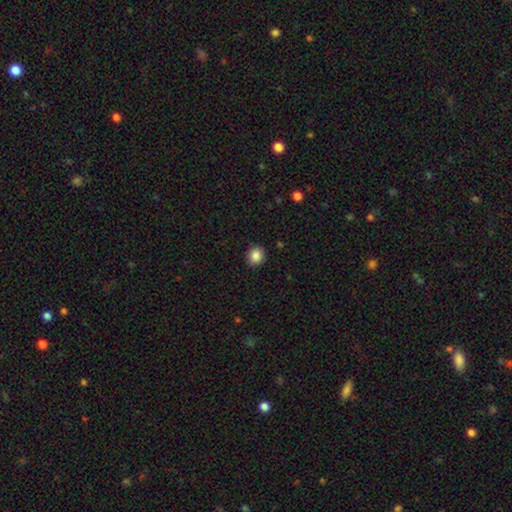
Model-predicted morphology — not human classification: Smooth or featured: smooth — 86% (star or artifact — 10%)
How rounded: round — 86% (in between — 13%)
Merging: none — 90% (minor disturbance — 7%)